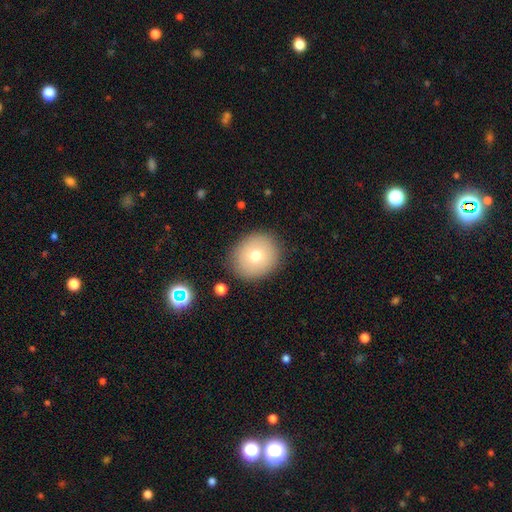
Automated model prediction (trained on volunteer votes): Smooth or featured? smooth (71%)
How rounded? round (80%)
Merging? none (86%)